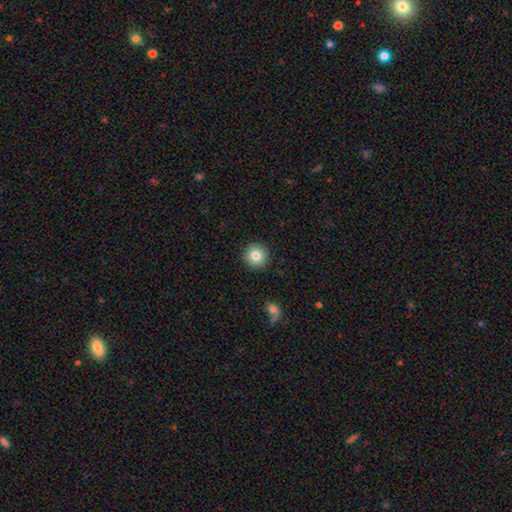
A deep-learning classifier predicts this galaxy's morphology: This appears to be a smooth galaxy with no disk features (81%) that is round (95%). Merging: none (92%).